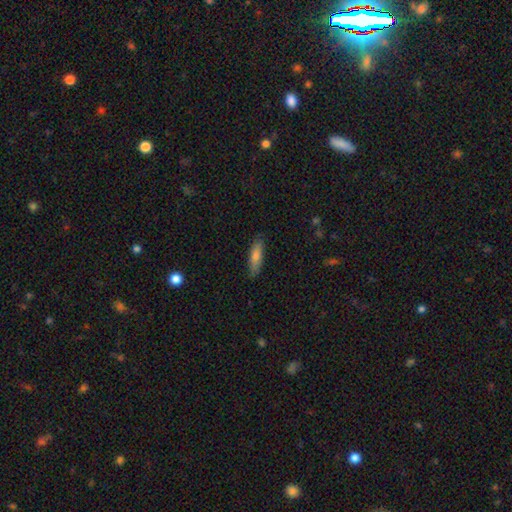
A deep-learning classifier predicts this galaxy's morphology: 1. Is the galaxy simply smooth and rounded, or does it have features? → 76% smooth, 17% featured or disk, 6% star or artifact.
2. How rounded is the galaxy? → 66% cigar-shaped, 32% in between, 2% round.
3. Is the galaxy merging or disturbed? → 85% none, 12% minor disturbance, 2% major disturbance, 1% merger.